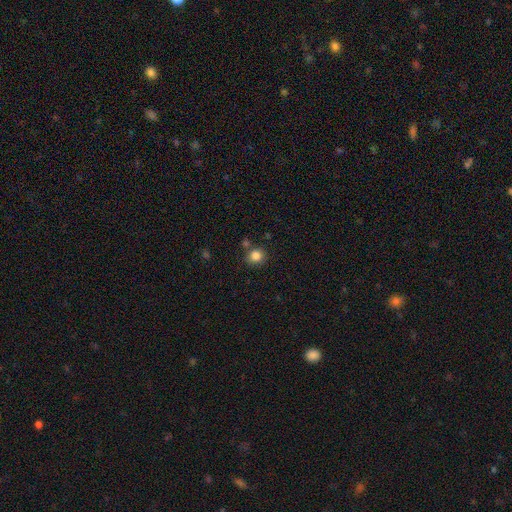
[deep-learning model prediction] Overall: smooth (84%). How rounded: round (86%). Merging: none (77%).